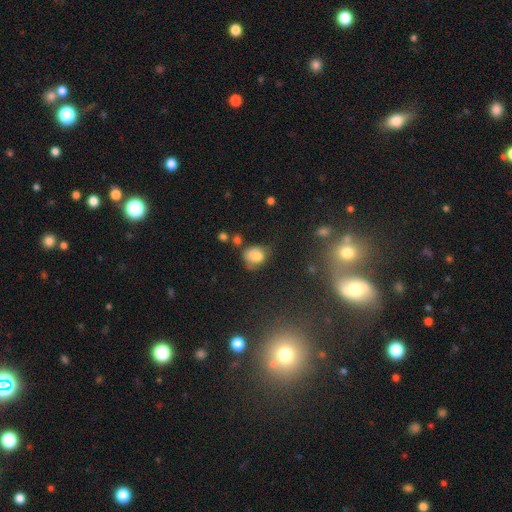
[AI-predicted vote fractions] smooth 73%, featured or disk 14%, star or artifact 13%. Down the decision tree: how rounded — round (61%); merging — none (38%).